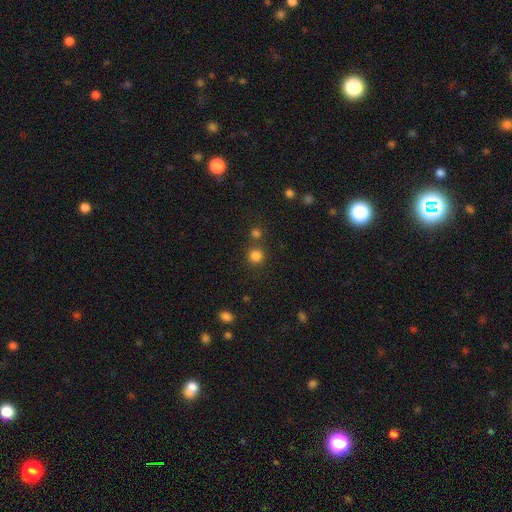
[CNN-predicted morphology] smooth_or_featured: smooth (p=0.81) [alt: star or artifact p=0.14]
how_rounded: round (p=0.92) [alt: in between p=0.07]
merging: none (p=0.76) [alt: merger p=0.14]